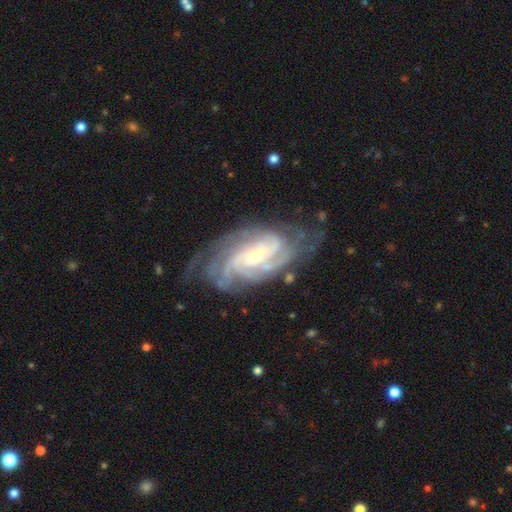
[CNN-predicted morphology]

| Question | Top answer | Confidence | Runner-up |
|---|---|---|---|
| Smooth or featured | featured or disk | 89% | star or artifact (6%) |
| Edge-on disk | no | 96% | yes (4%) |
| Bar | weak | 45% | no (30%) |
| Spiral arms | yes | 98% | no (2%) |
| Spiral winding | tight | 66% | medium (30%) |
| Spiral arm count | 4 | 28% | can't tell (24%) |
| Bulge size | small | 51% | moderate (32%) |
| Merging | none | 71% | minor disturbance (19%) |